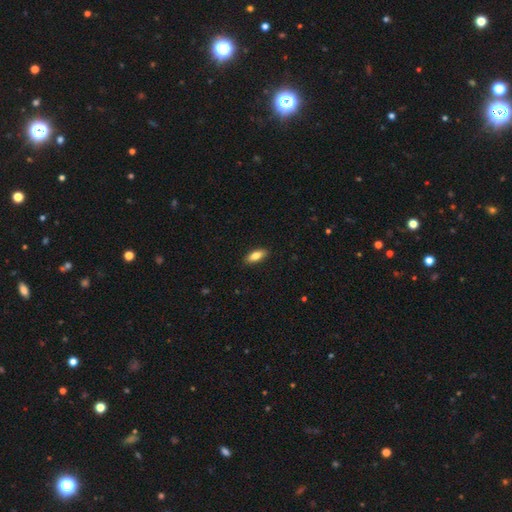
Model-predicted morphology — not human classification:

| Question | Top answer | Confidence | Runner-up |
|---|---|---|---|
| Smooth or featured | smooth | 81% | featured or disk (13%) |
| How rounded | in between | 79% | cigar-shaped (19%) |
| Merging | none | 89% | minor disturbance (8%) |